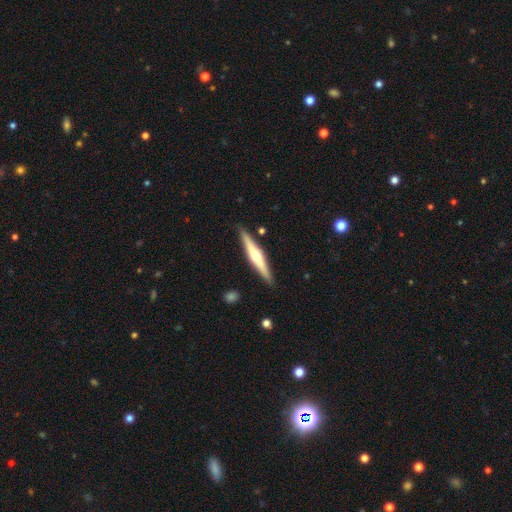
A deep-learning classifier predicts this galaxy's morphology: This is likely a featured or disk galaxy (62%). It is clearly viewed edge-on (97%). Edge-on bulge: clearly rounded (87%). Merging: clearly none (89%).